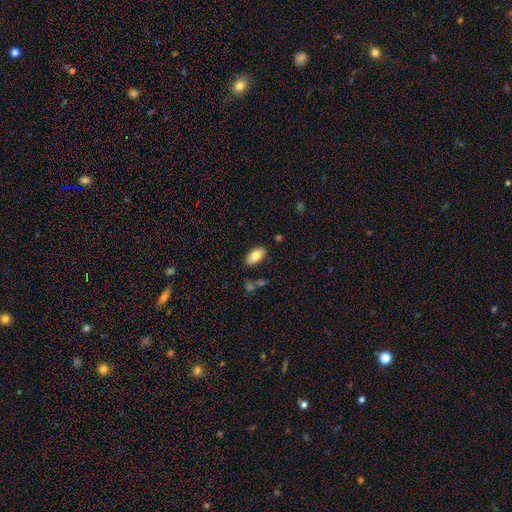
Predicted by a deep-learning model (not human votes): Smooth or featured: smooth — 78% (featured or disk — 15%)
How rounded: in between — 94% (round — 4%)
Merging: none — 83% (minor disturbance — 11%)